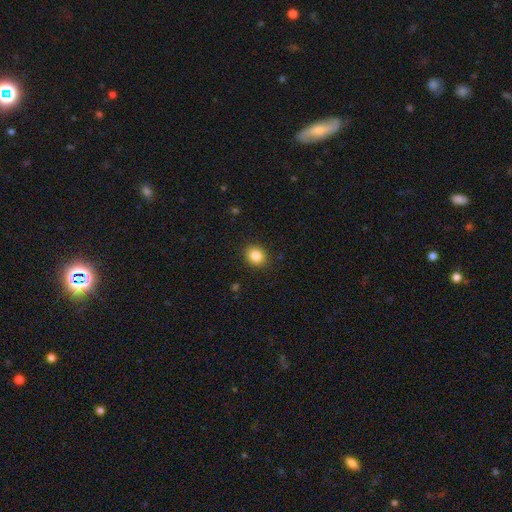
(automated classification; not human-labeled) Smooth or featured? smooth (85%)
How rounded? round (69%)
Merging? none (90%)